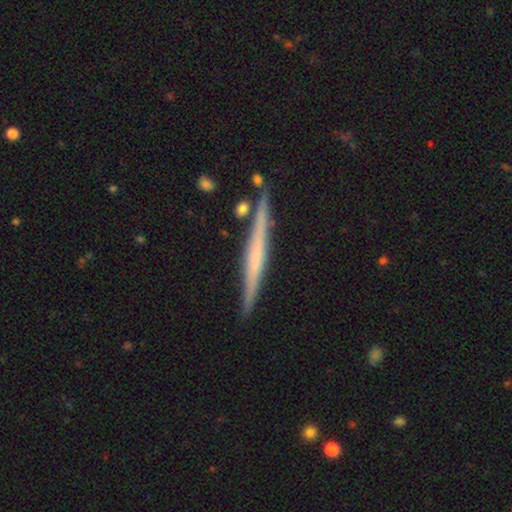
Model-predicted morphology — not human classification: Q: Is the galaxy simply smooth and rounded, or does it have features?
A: featured or disk — 60%.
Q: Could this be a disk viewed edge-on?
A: yes — 97%.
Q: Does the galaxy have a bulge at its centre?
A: none — 67%.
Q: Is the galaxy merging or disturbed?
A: none — 86%.